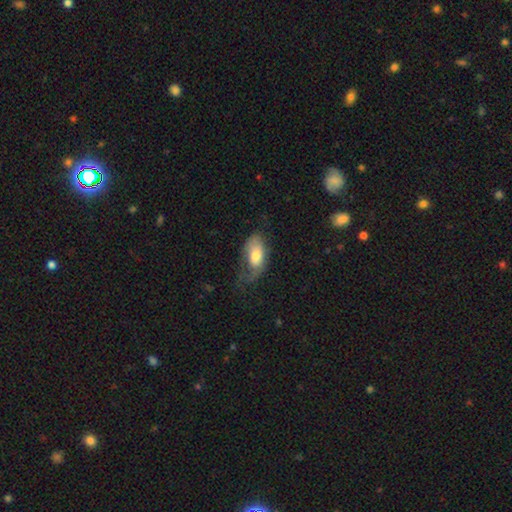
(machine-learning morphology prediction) Smooth or featured: smooth — 66% (featured or disk — 27%)
How rounded: in between — 91% (cigar-shaped — 5%)
Merging: major disturbance — 36% (minor disturbance — 31%)